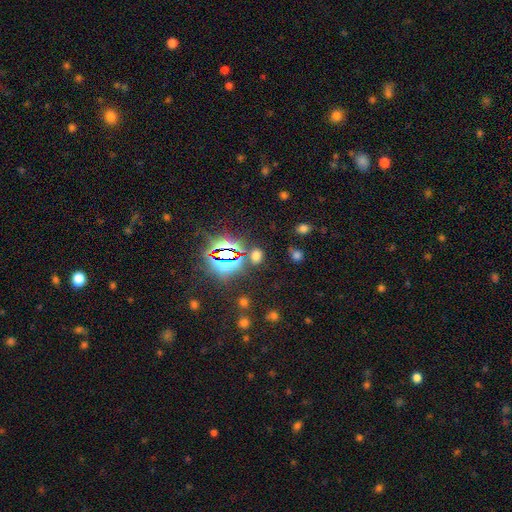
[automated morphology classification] Smooth or featured: smooth — 48% (star or artifact — 45%)
Merging: none — 79% (minor disturbance — 11%)